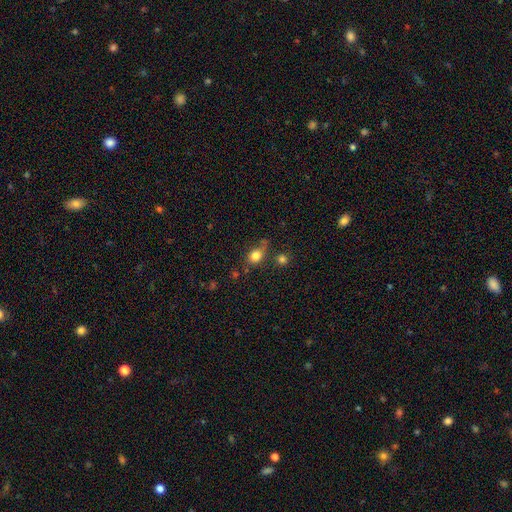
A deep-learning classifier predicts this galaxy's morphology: This appears to be a smooth galaxy with no disk features (80%) that is round (59%). Merging: none (61%).